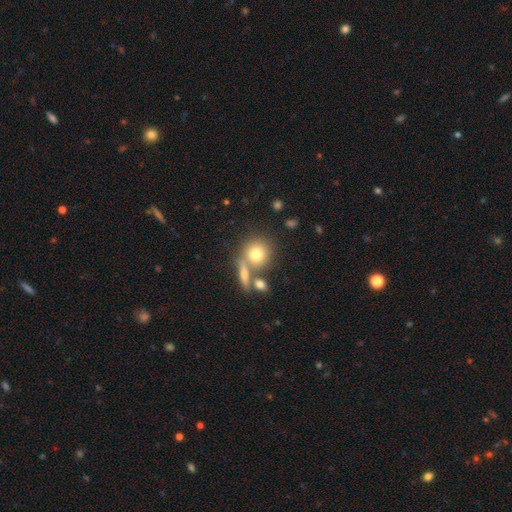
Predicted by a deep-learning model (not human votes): Smooth or featured? smooth (72%)
How rounded? round (84%)
Merging? none (56%)